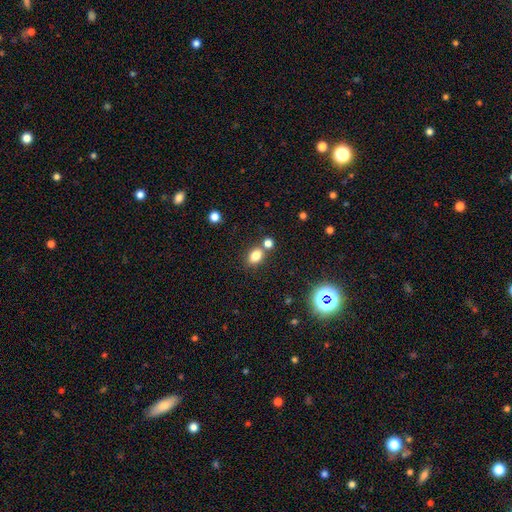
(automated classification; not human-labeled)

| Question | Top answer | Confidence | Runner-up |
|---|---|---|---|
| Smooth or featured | smooth | 80% | star or artifact (13%) |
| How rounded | in between | 70% | round (28%) |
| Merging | none | 65% | merger (21%) |